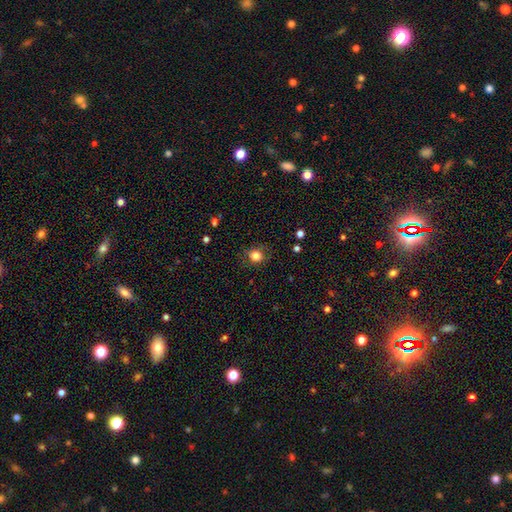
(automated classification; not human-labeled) Overall: smooth (82%). How rounded: round (78%). Merging: none (80%).